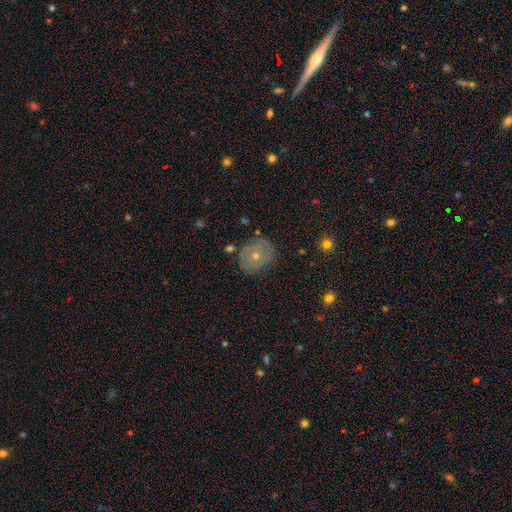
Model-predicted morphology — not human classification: type=featured or disk (48%); merging=none (78%).